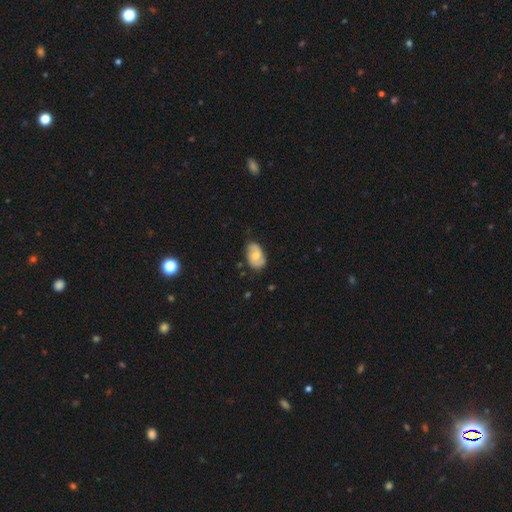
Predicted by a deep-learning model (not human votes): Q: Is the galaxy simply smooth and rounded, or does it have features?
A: smooth — 52%.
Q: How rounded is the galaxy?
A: in between — 88%.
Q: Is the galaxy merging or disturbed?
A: none — 69%.